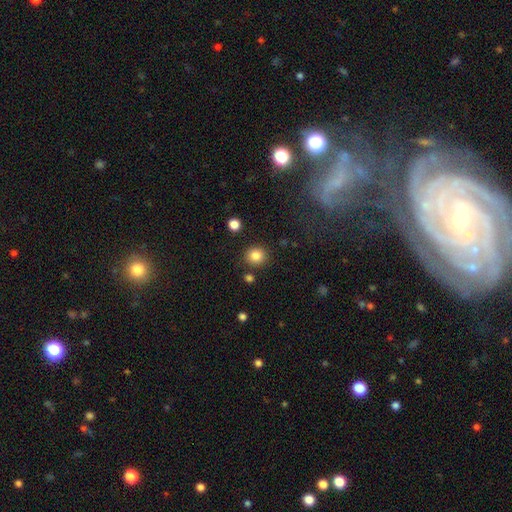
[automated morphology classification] Q: Smooth or featured?
A: smooth (84%); runner-up: star or artifact (11%)
Q: How rounded?
A: round (88%); runner-up: in between (11%)
Q: Merging?
A: none (86%); runner-up: minor disturbance (7%)